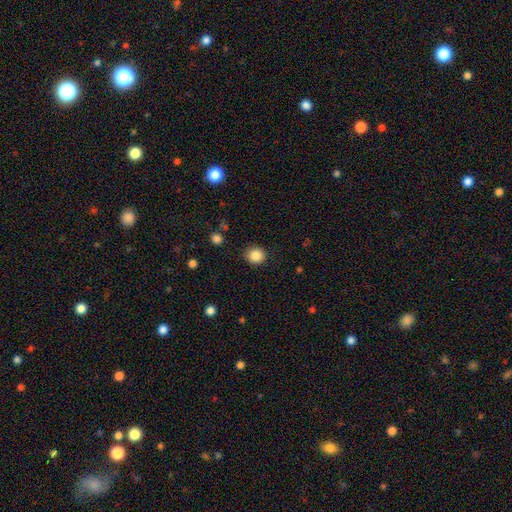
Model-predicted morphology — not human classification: Smooth or featured: smooth — 85% (star or artifact — 11%)
How rounded: round — 88% (in between — 11%)
Merging: none — 88% (minor disturbance — 8%)